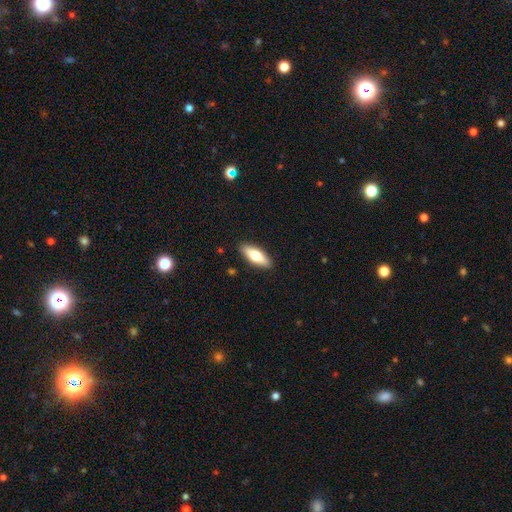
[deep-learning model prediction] smooth 64%, featured or disk 30%, star or artifact 6%. Down the decision tree: how rounded — in between (63%); merging — none (89%).